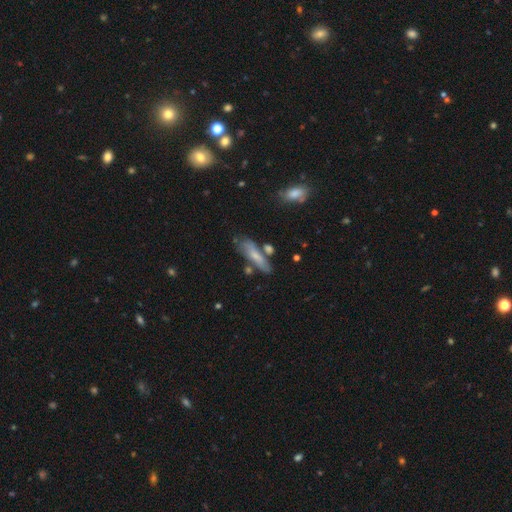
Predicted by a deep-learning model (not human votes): A smooth galaxy with no disk features (63%) that is cigar-shaped (68%).

Vote fractions:
- Smooth or featured? smooth: 63% / featured or disk: 29% / star or artifact: 7%
- How rounded? cigar-shaped: 68% / in between: 30% / round: 2%
- Merging? none: 61% / minor disturbance: 20% / merger: 12% / major disturbance: 6%